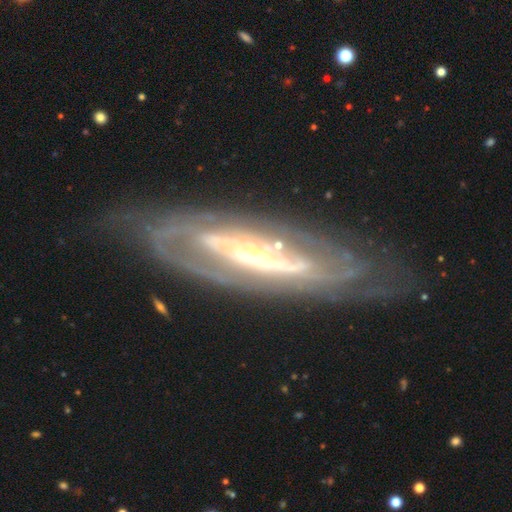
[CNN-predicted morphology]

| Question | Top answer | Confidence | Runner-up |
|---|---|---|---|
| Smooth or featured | featured or disk | 84% | smooth (9%) |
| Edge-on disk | no | 77% | yes (23%) |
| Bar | no | 43% | strong (29%) |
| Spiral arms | yes | 85% | no (15%) |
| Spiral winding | tight | 54% | medium (34%) |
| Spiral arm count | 2 | 42% | can't tell (38%) |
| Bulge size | small | 60% | moderate (30%) |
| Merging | none | 71% | minor disturbance (18%) |